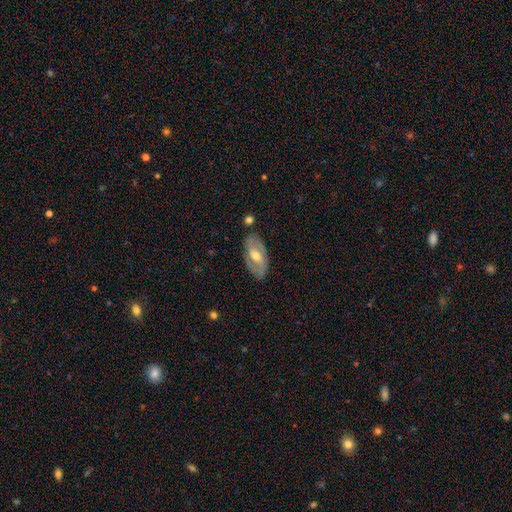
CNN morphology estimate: A featured or disk galaxy (69%) with a weak bar (42%), spiral arms (63%) and a moderate central bulge (71%).

Vote fractions:
- Smooth or featured? featured or disk: 69% / smooth: 26% / star or artifact: 5%
- Edge-on disk? no: 90% / yes: 10%
- Bar? weak: 42% / strong: 30% / no: 28%
- Spiral arms? yes: 63% / no: 37%
- Bulge size? moderate: 71% / small: 21% / large: 6% / none: 1% / dominant: 1%
- Merging? none: 82% / minor disturbance: 13% / major disturbance: 3% / merger: 2%